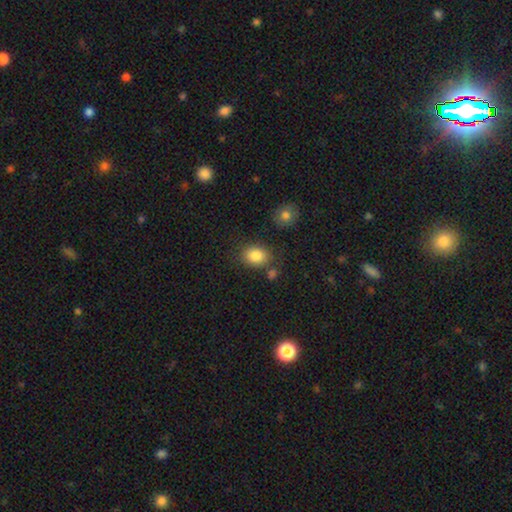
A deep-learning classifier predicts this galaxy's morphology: A smooth galaxy with no disk features (85%) that is in between round and cigar-shaped (55%).

Vote fractions:
- Smooth or featured? smooth: 85% / star or artifact: 9% / featured or disk: 6%
- How rounded? in between: 55% / round: 44% / cigar-shaped: 1%
- Merging? none: 73% / minor disturbance: 13% / merger: 9% / major disturbance: 5%